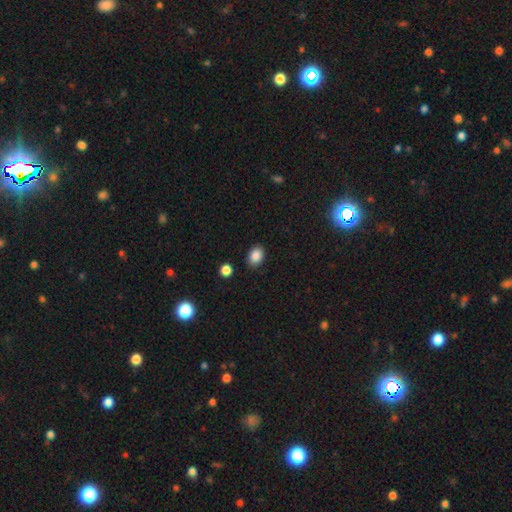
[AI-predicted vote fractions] Morphology: type=smooth (86%); roundness=in between (69%); merging=none (85%).